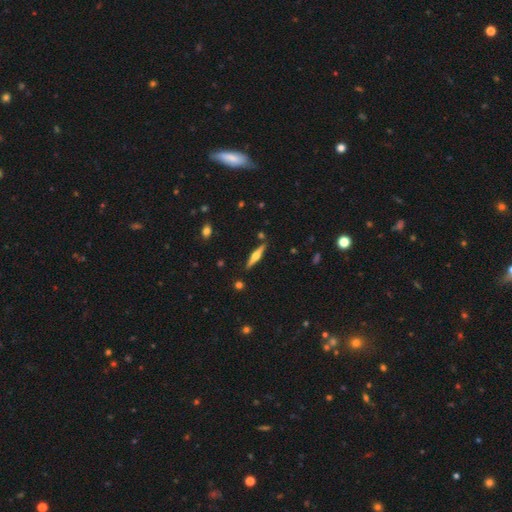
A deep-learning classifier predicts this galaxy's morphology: A featured or disk galaxy (63%) viewed edge-on (97%) with a rounded central bulge (90%).

Vote fractions:
- Smooth or featured? featured or disk: 63% / smooth: 31% / star or artifact: 6%
- Edge-on disk? yes: 97% / no: 3%
- Edge-on bulge? rounded: 90% / boxy: 6% / none: 3%
- Merging? none: 88% / minor disturbance: 8% / merger: 3% / major disturbance: 2%